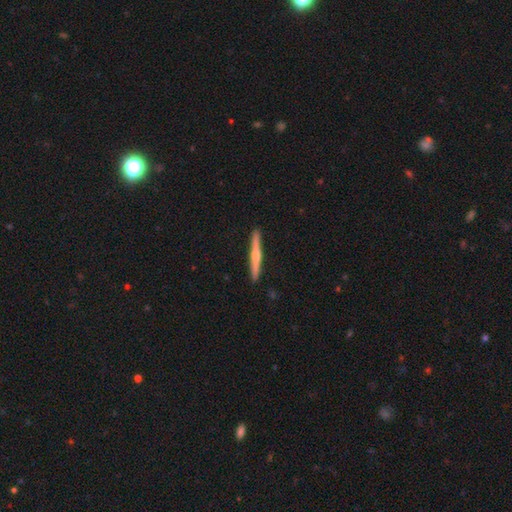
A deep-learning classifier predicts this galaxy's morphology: Smooth or featured?
  - featured or disk: 64% *
  - smooth: 30%
  - star or artifact: 5%
Edge-on disk?
  - yes: 98% *
  - no: 2%
Edge-on bulge?
  - rounded: 82% *
  - none: 13%
  - boxy: 4%
Merging?
  - none: 92% *
  - minor disturbance: 5%
  - major disturbance: 1%
  - merger: 1%